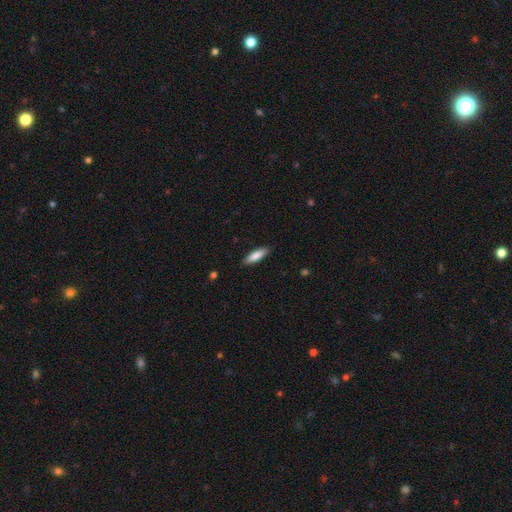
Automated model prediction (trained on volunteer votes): Smooth or featured? Predicted: smooth (p=0.81). How rounded? Predicted: cigar-shaped (p=0.59). Merging? Predicted: none (p=0.88).